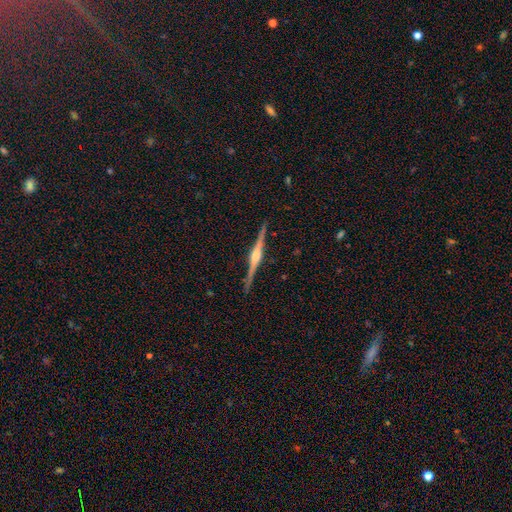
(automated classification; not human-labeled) Morphology: type=featured or disk (85%); edge-on=yes (99%); edge-on bulge=rounded (82%); merging=none (91%).